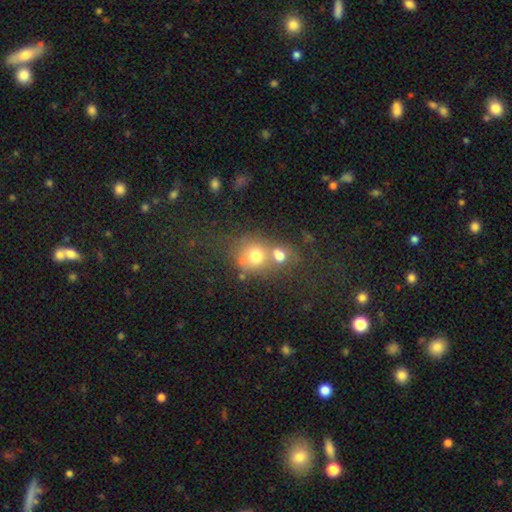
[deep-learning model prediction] A smooth galaxy with no disk features (68%) that is round (77%).

Vote fractions:
- Smooth or featured? smooth: 68% / featured or disk: 17% / star or artifact: 16%
- How rounded? round: 77% / in between: 22% / cigar-shaped: 1%
- Merging? merger: 56% / none: 31% / minor disturbance: 8% / major disturbance: 5%